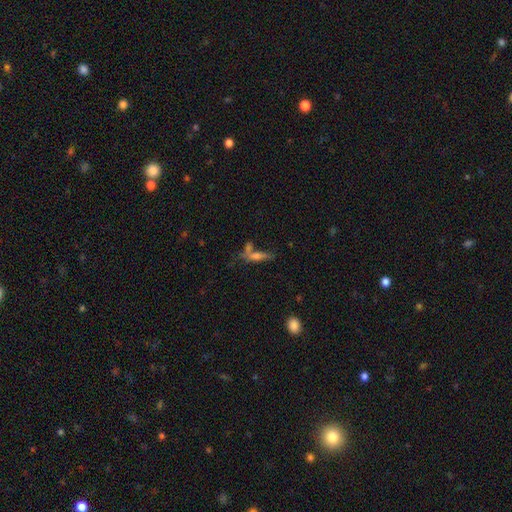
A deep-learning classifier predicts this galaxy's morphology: featured or disk 40%, smooth 38%, star or artifact 22%. Down the decision tree: merging — none (51%).